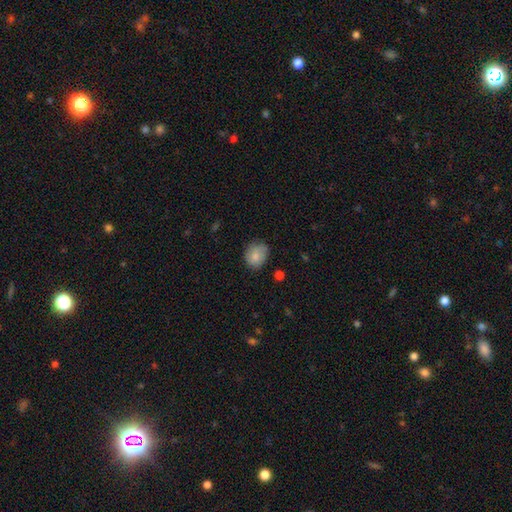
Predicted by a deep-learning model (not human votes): Morphology: type=smooth (78%); roundness=round (58%); merging=none (69%).